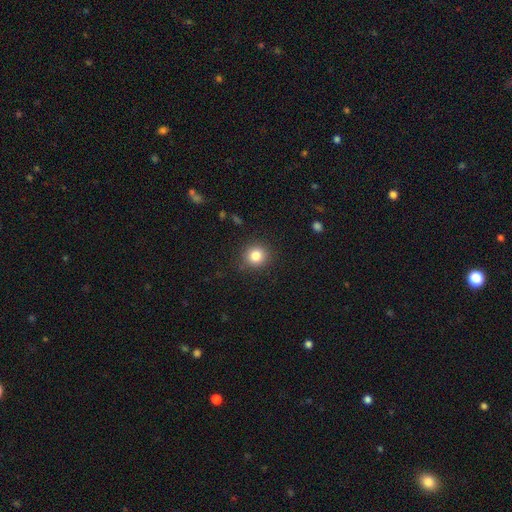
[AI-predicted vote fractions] A smooth galaxy with no disk features (83%) that is round (90%).

Vote fractions:
- Smooth or featured? smooth: 83% / star or artifact: 11% / featured or disk: 6%
- How rounded? round: 90% / in between: 10% / cigar-shaped: 1%
- Merging? none: 89% / minor disturbance: 8% / major disturbance: 3% / merger: 1%